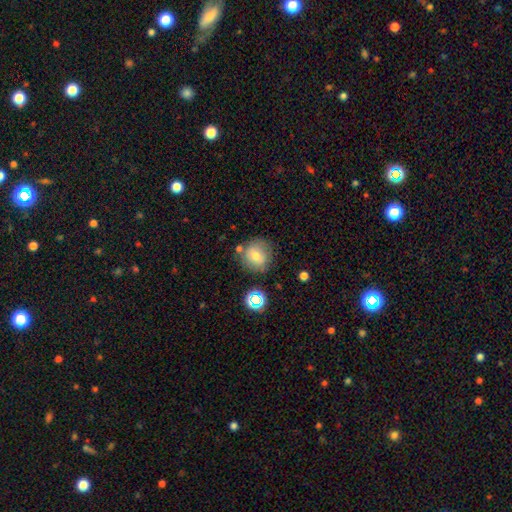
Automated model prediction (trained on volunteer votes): A smooth galaxy with no disk features (71%) that is round (88%).

Vote fractions:
- Smooth or featured? smooth: 71% / featured or disk: 16% / star or artifact: 13%
- How rounded? round: 88% / in between: 11% / cigar-shaped: 1%
- Merging? none: 70% / minor disturbance: 16% / merger: 9% / major disturbance: 6%